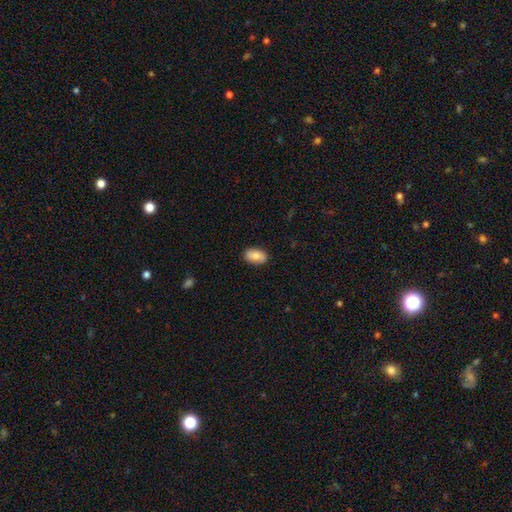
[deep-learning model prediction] Morphology: type=smooth (83%); roundness=in between (92%); merging=none (87%).